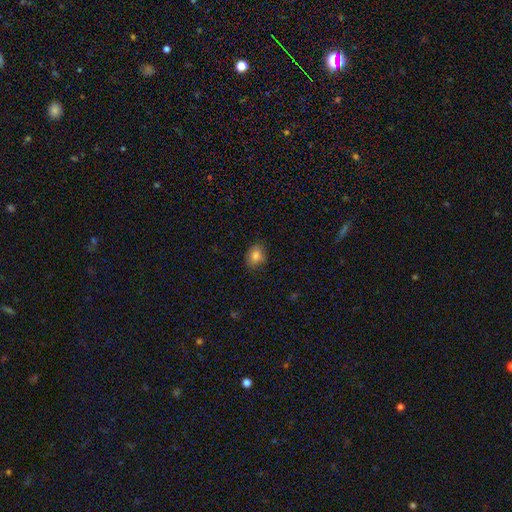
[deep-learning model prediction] Smooth or featured? Predicted: smooth (p=0.83). How rounded? Predicted: in between (p=0.59). Merging? Predicted: none (p=0.81).